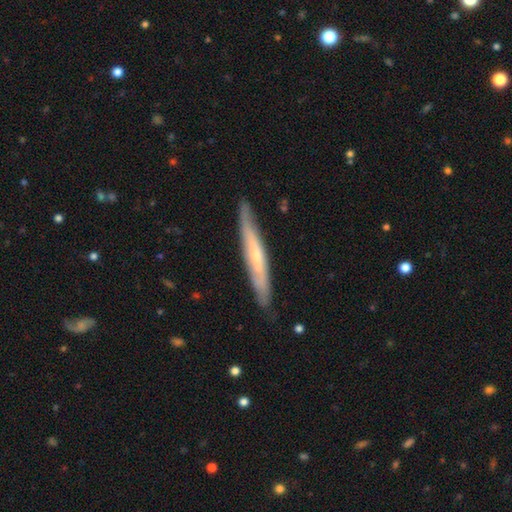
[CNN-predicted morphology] Overall: featured or disk (60%; smooth 34%). Edge-on disk: yes (79%). Merging: none (83%).